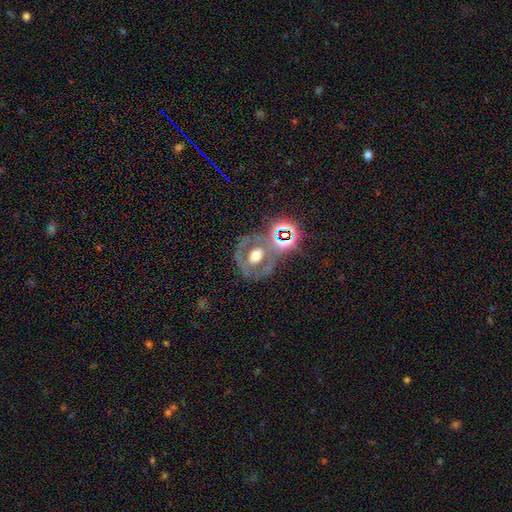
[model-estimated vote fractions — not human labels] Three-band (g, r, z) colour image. It shows a featured or disk galaxy (53%). Merging: none (62%).